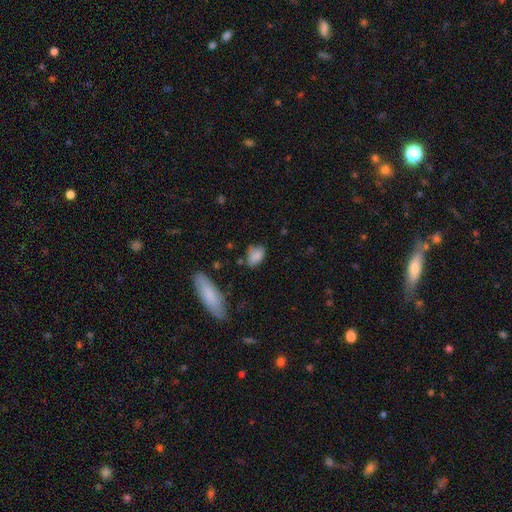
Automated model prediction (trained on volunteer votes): Smooth or featured? Predicted: smooth (p=0.84). How rounded? Predicted: in between (p=0.85). Merging? Predicted: none (p=0.59).